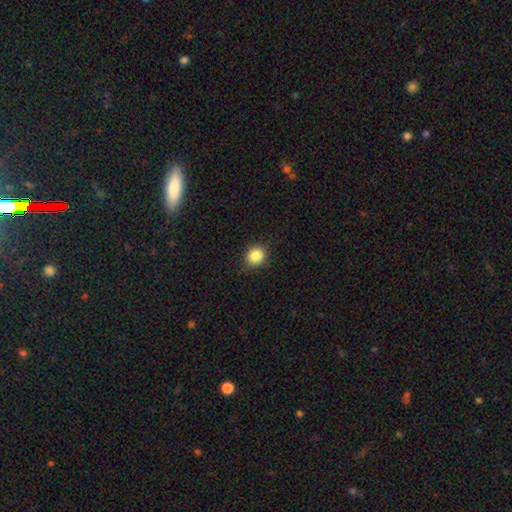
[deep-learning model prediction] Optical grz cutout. It shows a smooth galaxy with no disk features (86%) that is round (81%). Merging: none (88%).